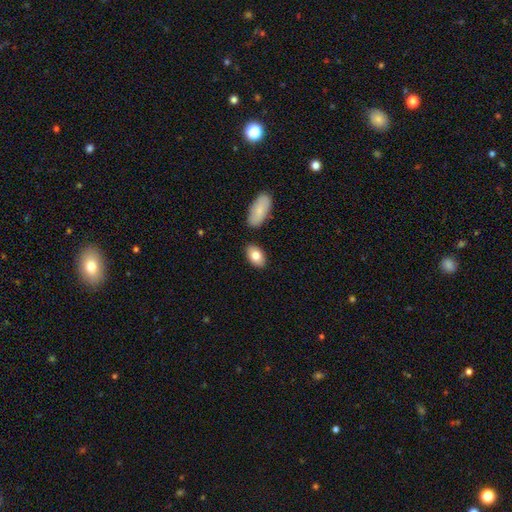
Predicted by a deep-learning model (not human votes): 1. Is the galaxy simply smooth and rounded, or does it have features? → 80% smooth, 14% featured or disk, 7% star or artifact.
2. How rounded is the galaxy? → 93% in between, 5% round, 2% cigar-shaped.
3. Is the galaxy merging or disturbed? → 83% none, 10% minor disturbance, 5% merger, 2% major disturbance.